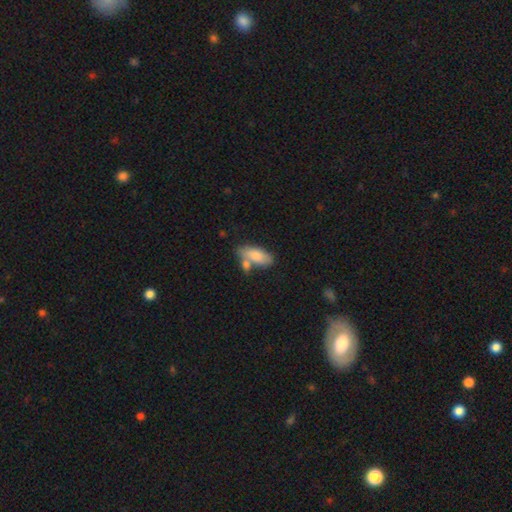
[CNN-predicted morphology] Smooth or featured: smooth — 81% (featured or disk — 13%)
How rounded: in between — 85% (cigar-shaped — 12%)
Merging: none — 47% (merger — 31%)